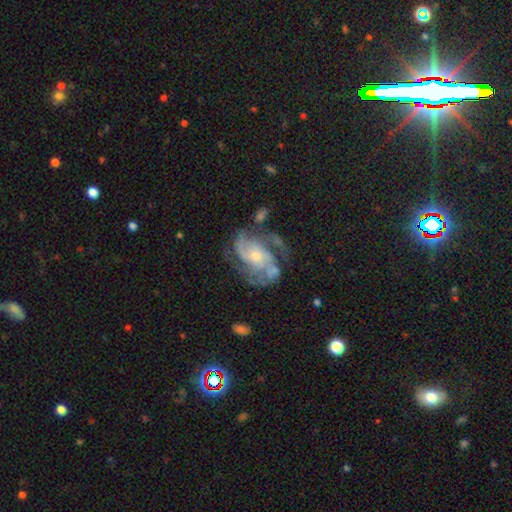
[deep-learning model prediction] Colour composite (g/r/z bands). It shows a featured or disk galaxy (87%) with no bar (66%), 2 (34%) medium (48%) spiral arms (94%) and a small central bulge (53%). Merging: none (55%).